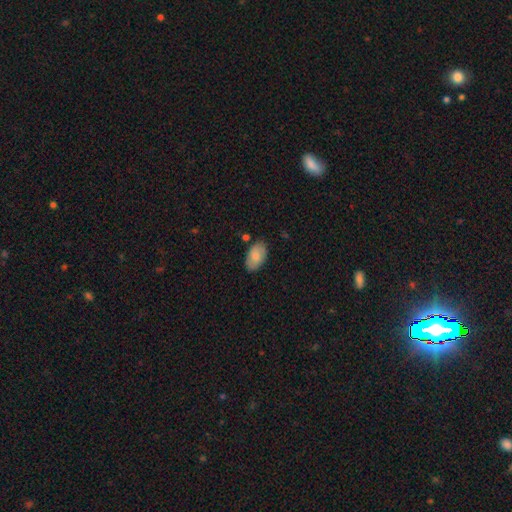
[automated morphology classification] Smooth or featured?
  - smooth: 79% *
  - featured or disk: 14%
  - star or artifact: 6%
How rounded?
  - in between: 94% *
  - round: 5%
  - cigar-shaped: 1%
Merging?
  - none: 81% *
  - minor disturbance: 14%
  - merger: 3%
  - major disturbance: 3%